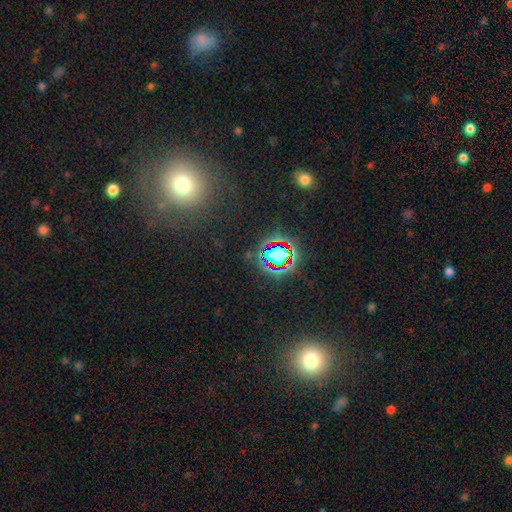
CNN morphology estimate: Q: Smooth or featured?
A: star or artifact (68%); runner-up: smooth (20%)